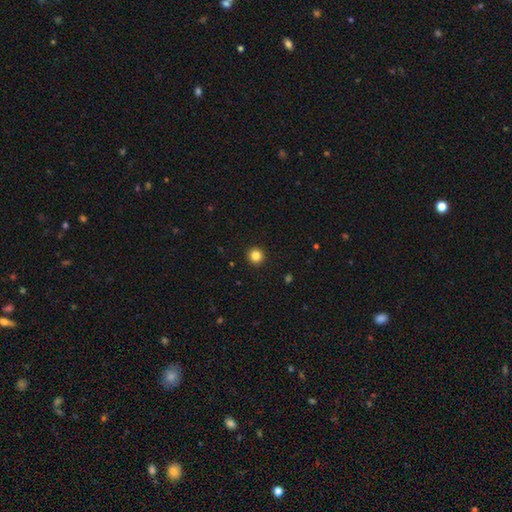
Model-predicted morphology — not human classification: A smooth galaxy with no disk features (84%) that is round (95%). Merging: none (94%).